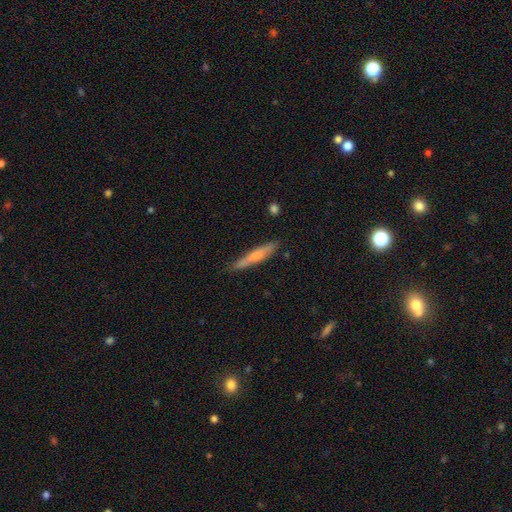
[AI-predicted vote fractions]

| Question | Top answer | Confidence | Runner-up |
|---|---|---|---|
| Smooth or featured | smooth | 62% | featured or disk (32%) |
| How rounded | cigar-shaped | 93% | in between (6%) |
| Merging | none | 81% | minor disturbance (14%) |